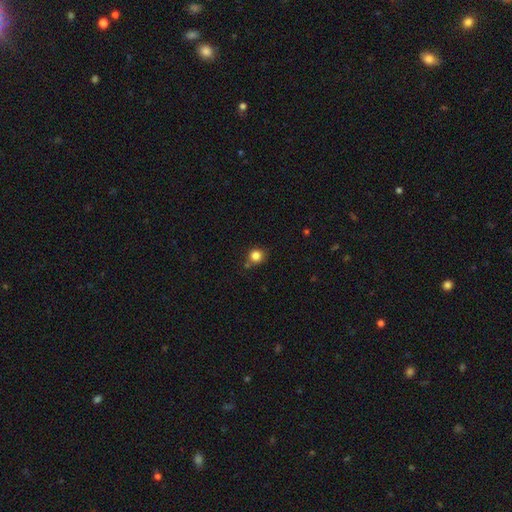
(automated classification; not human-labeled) A smooth galaxy with no disk features (83%) that is round (88%). Merging: none (74%).